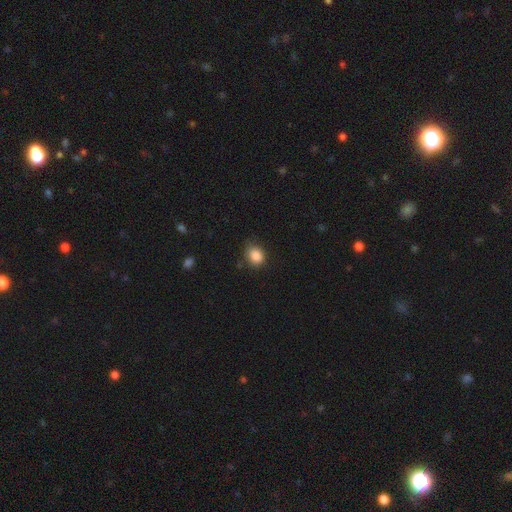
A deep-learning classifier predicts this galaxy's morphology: The model was most divided on "how rounded": round: 54%, in between: 45%, cigar-shaped: 1%. More confident: smooth or featured — smooth (86%); merging — none (74%).